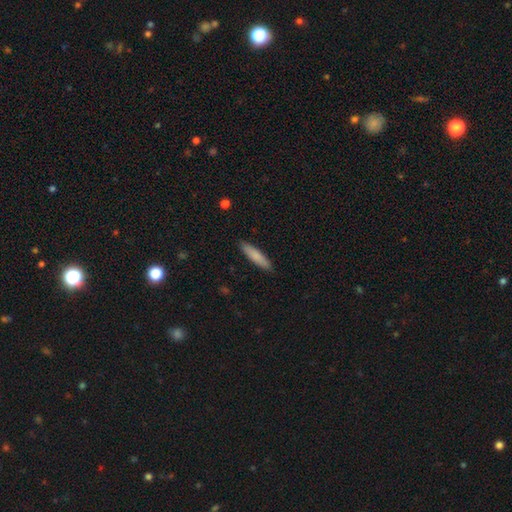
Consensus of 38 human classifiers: Q: Smooth or featured?
A: smooth (79%); runner-up: featured or disk (16%)
Q: How rounded?
A: cigar-shaped (70%); runner-up: in between (27%)
Q: Merging?
A: none (86%); runner-up: minor disturbance (8%)